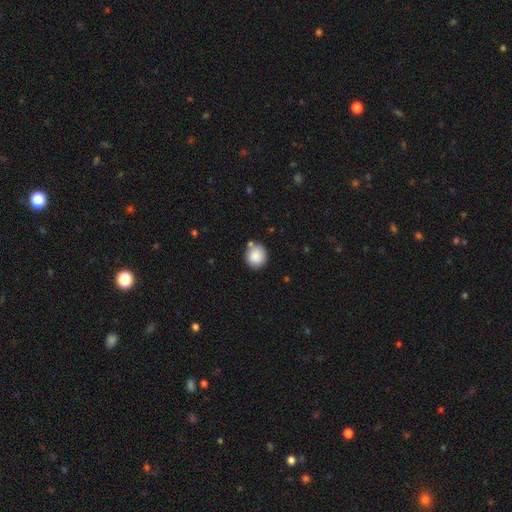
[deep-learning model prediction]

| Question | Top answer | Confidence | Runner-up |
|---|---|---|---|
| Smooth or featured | smooth | 87% | star or artifact (8%) |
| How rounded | round | 87% | in between (12%) |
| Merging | none | 74% | minor disturbance (12%) |